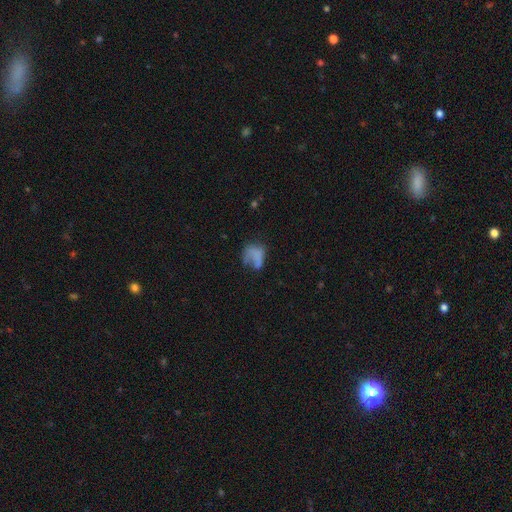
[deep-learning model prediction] Q: Smooth or featured?
A: smooth (58%); runner-up: featured or disk (30%)
Q: How rounded?
A: in between (63%); runner-up: round (34%)
Q: Merging?
A: major disturbance (41%); runner-up: none (29%)